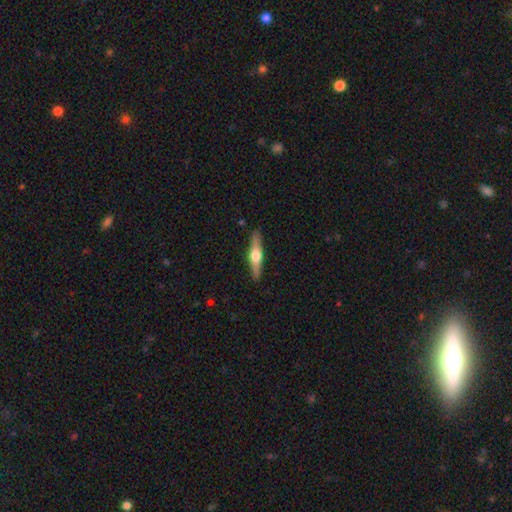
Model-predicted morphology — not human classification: This appears to be a featured or disk galaxy (66%) viewed edge-on (97%) with a rounded central bulge (93%). Merging: none (89%).